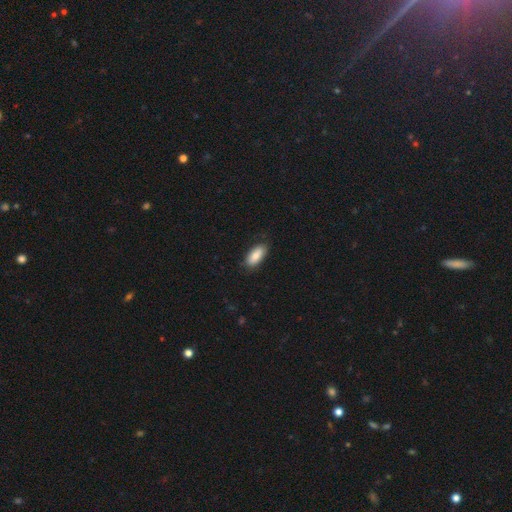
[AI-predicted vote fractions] Smooth or featured?
  - smooth: 86% *
  - featured or disk: 8%
  - star or artifact: 6%
How rounded?
  - in between: 87% *
  - cigar-shaped: 11%
  - round: 2%
Merging?
  - none: 84% *
  - minor disturbance: 13%
  - major disturbance: 2%
  - merger: 1%